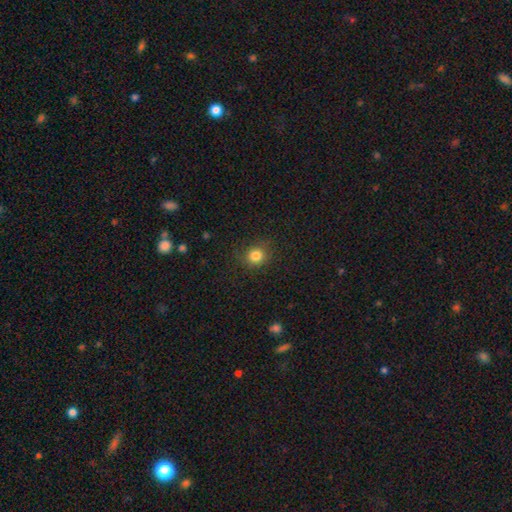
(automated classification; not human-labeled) Q: Smooth or featured?
A: smooth (83%); runner-up: star or artifact (12%)
Q: How rounded?
A: round (85%); runner-up: in between (14%)
Q: Merging?
A: none (85%); runner-up: minor disturbance (10%)